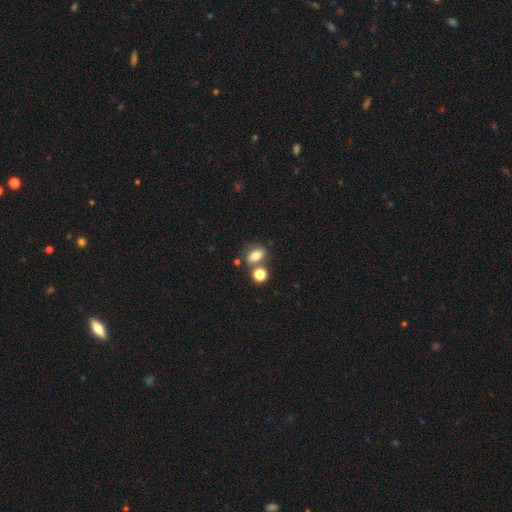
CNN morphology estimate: The model was most divided on "merging": none: 57%, merger: 23%, minor disturbance: 14%, major disturbance: 6%. More confident: smooth or featured — smooth (73%); how rounded — in between (72%).